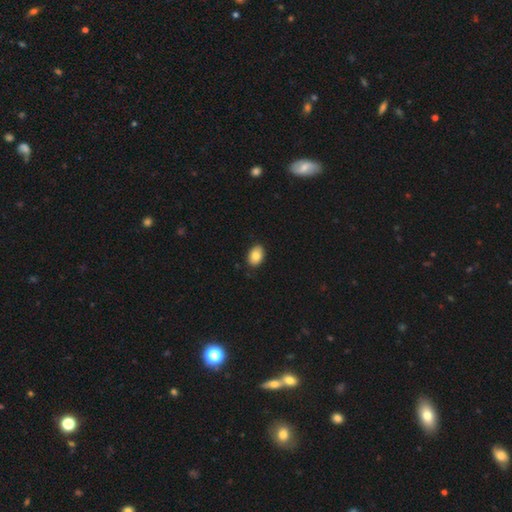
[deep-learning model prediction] This appears to be a smooth galaxy with no disk features (85%) that is in between round and cigar-shaped (84%). Merging: none (87%).